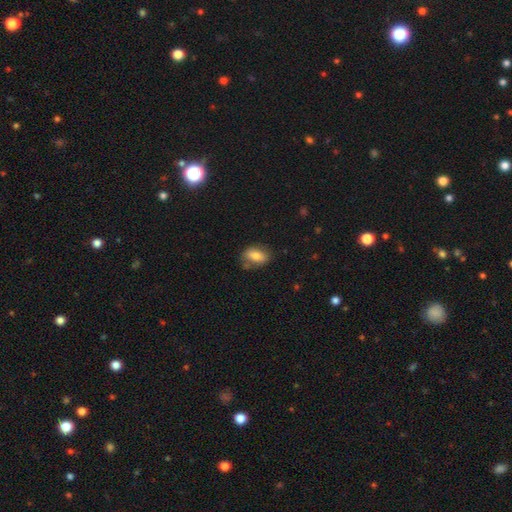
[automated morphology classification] Smooth or featured? smooth (76%)
How rounded? in between (85%)
Merging? none (73%)